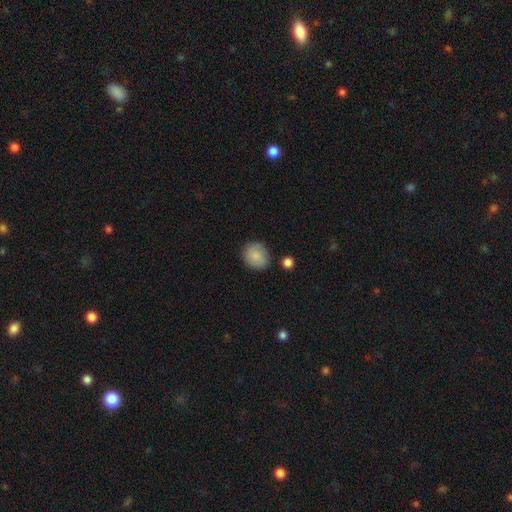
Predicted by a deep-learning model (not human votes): A smooth galaxy with no disk features (87%) that is round (72%).

Vote fractions:
- Smooth or featured? smooth: 87% / star or artifact: 7% / featured or disk: 6%
- How rounded? round: 72% / in between: 27% / cigar-shaped: 1%
- Merging? none: 82% / minor disturbance: 12% / merger: 3% / major disturbance: 3%